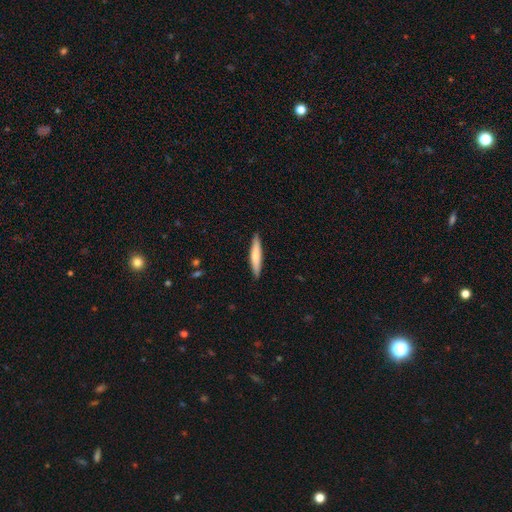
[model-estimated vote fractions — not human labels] smooth-or-featured: smooth: 69% | featured or disk: 26% | star or artifact: 5%
  how-rounded: cigar-shaped: 91% | in between: 8% | round: 1%
  merging: none: 90% | minor disturbance: 8% | major disturbance: 1% | merger: 1%